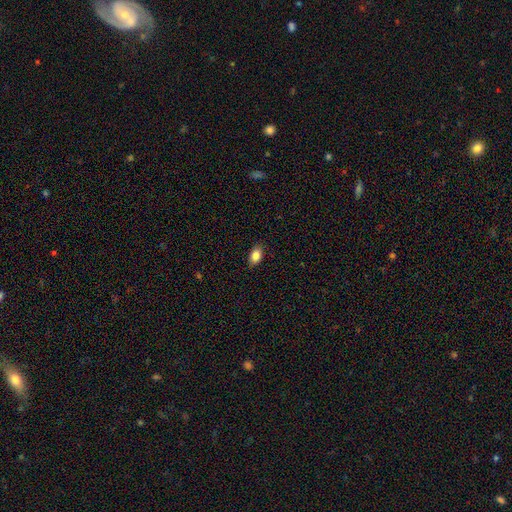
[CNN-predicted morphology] Smooth or featured?
  - smooth: 85% *
  - star or artifact: 8%
  - featured or disk: 7%
How rounded?
  - in between: 89% *
  - round: 9%
  - cigar-shaped: 3%
Merging?
  - none: 87% *
  - minor disturbance: 10%
  - major disturbance: 2%
  - merger: 1%